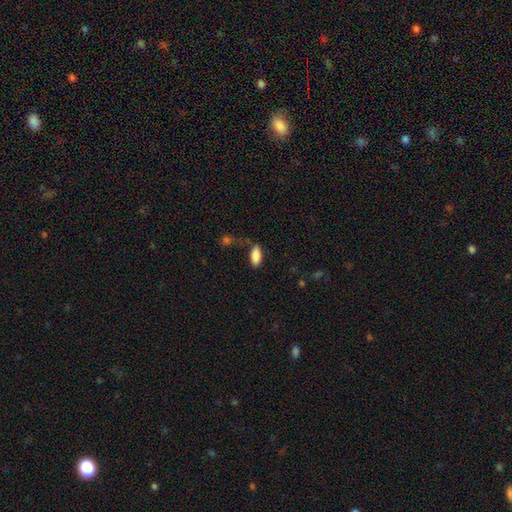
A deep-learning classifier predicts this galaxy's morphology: A smooth galaxy with no disk features (87%) that is in between round and cigar-shaped (88%). Merging: none (56%).